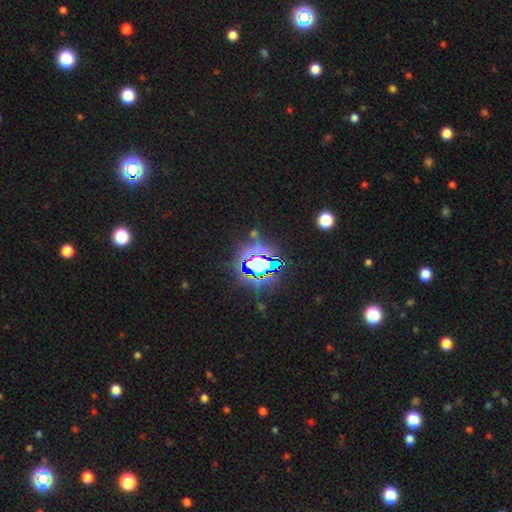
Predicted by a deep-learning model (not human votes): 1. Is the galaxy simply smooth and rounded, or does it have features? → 74% star or artifact, 15% smooth, 11% featured or disk.